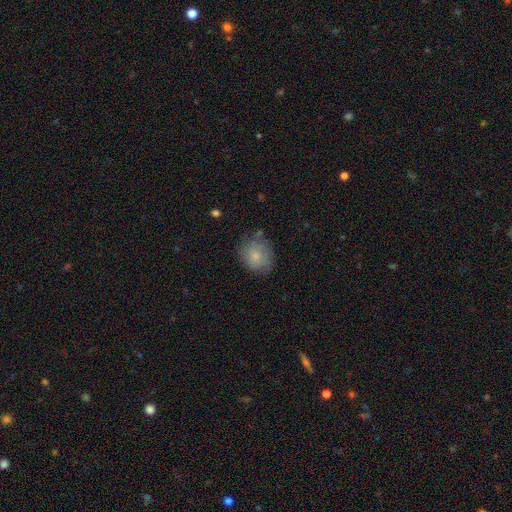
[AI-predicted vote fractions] A smooth galaxy with no disk features (72%) that is round (74%). Merging: none (63%).